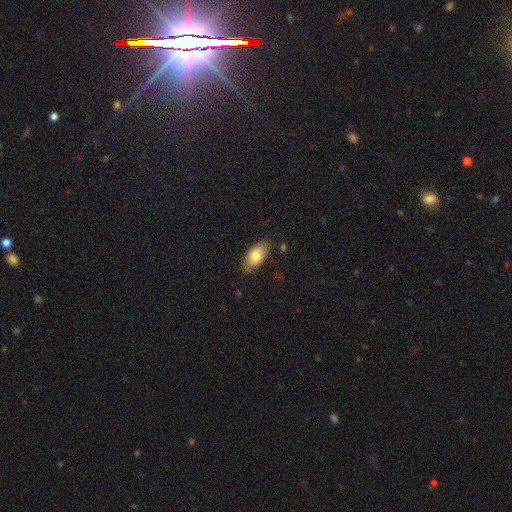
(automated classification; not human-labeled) This is likely a smooth galaxy (76%). How rounded: clearly in between (92%). Merging: likely none (79%).